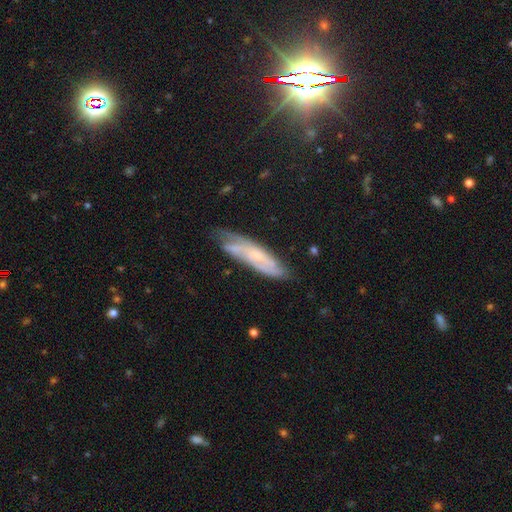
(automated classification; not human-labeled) This is likely a featured or disk galaxy (64%). It is likely not viewed edge-on (70%). Merging: likely none (63%).